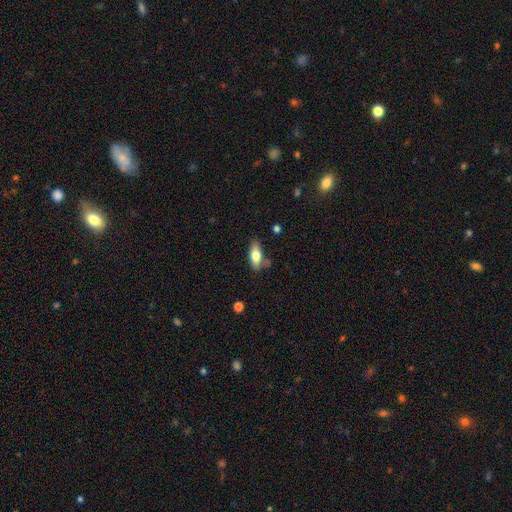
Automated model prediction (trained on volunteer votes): Overall: smooth (69%). How rounded: in between (78%). Merging: none (64%).